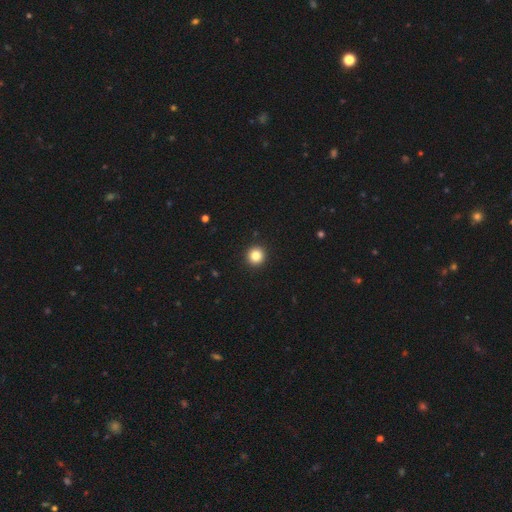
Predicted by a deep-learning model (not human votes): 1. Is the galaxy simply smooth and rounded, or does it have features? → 84% smooth, 11% star or artifact, 5% featured or disk.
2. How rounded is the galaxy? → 96% round, 3% in between, 1% cigar-shaped.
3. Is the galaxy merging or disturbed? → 94% none, 4% minor disturbance, 1% major disturbance, 1% merger.